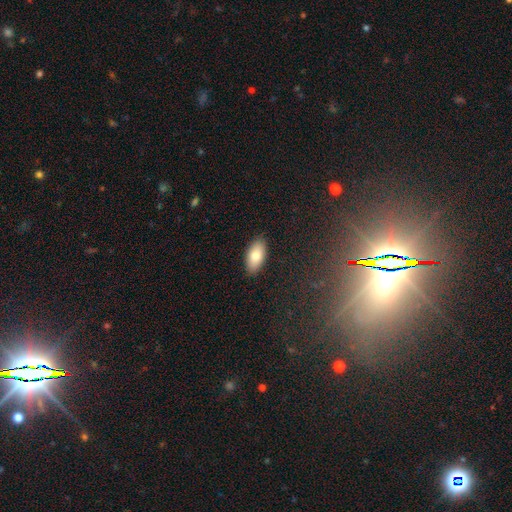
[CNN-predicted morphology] Overall: smooth (80%). How rounded: in between (92%). Merging: none (89%).